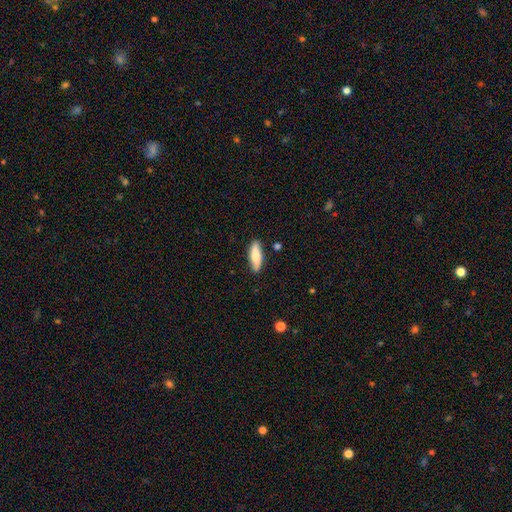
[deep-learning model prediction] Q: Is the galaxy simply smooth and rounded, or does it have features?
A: smooth — 72%.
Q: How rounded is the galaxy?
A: in between — 49%.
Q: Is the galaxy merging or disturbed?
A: none — 84%.